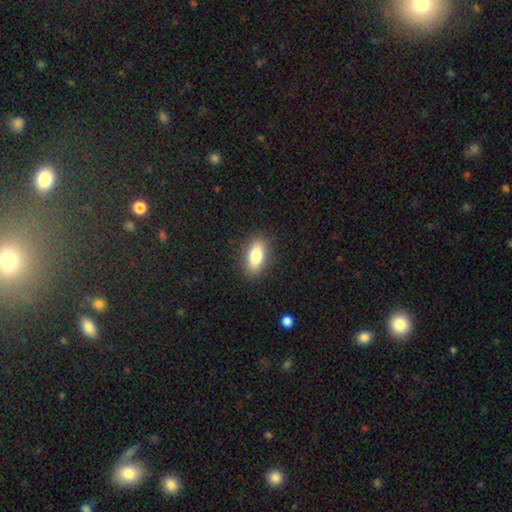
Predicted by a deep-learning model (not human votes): Smooth or featured: smooth — 80% (featured or disk — 13%)
How rounded: in between — 84% (cigar-shaped — 11%)
Merging: none — 88% (minor disturbance — 9%)